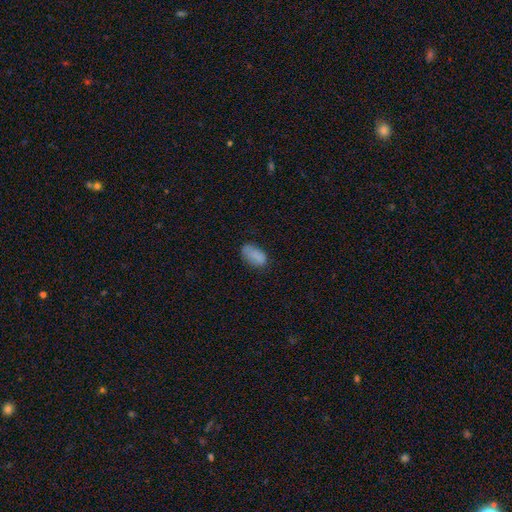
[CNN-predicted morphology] smooth 84%, star or artifact 9%, featured or disk 7%. Down the decision tree: how rounded — in between (93%); merging — none (66%).